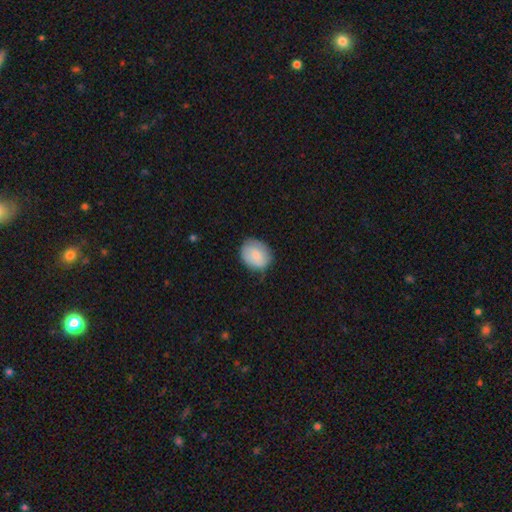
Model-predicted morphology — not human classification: Overall: smooth (78%). How rounded: round (59%; in between 40%). Merging: none (71%).